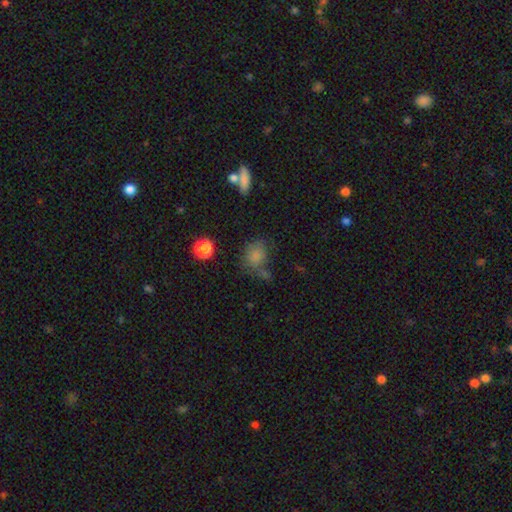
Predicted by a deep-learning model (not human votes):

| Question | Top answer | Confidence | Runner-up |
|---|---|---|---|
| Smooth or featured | smooth | 77% | star or artifact (14%) |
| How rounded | round | 49% | tied: in between (49%) |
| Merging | none | 50% | minor disturbance (22%) |